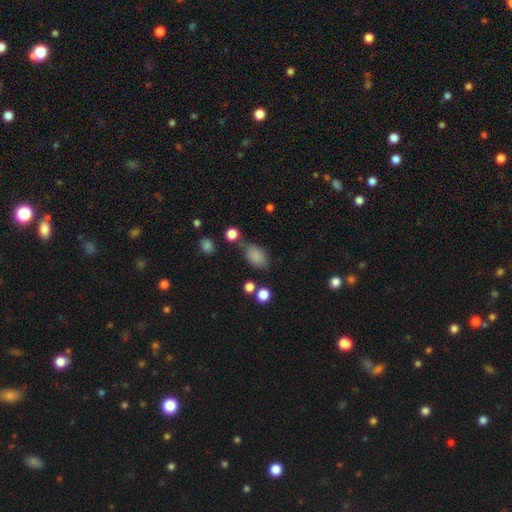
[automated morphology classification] Smooth or featured?
  - smooth: 84% *
  - star or artifact: 10%
  - featured or disk: 6%
How rounded?
  - in between: 87% *
  - round: 11%
  - cigar-shaped: 2%
Merging?
  - none: 59% *
  - minor disturbance: 21%
  - merger: 11%
  - major disturbance: 8%